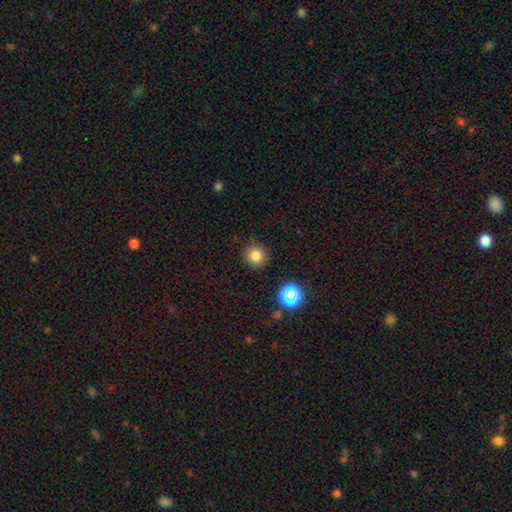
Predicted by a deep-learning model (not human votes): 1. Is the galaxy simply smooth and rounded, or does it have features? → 79% smooth, 15% star or artifact, 6% featured or disk.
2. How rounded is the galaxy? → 93% round, 6% in between, 1% cigar-shaped.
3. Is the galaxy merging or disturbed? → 89% none, 7% minor disturbance, 2% major disturbance, 2% merger.